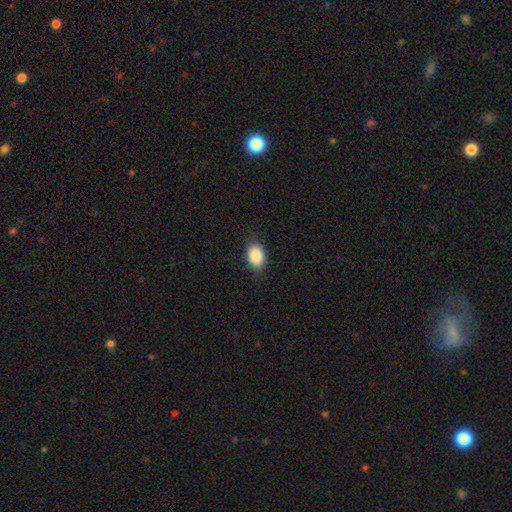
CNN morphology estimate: Q: Smooth or featured?
A: smooth (87%); runner-up: star or artifact (8%)
Q: How rounded?
A: in between (81%); runner-up: round (18%)
Q: Merging?
A: none (84%); runner-up: minor disturbance (13%)